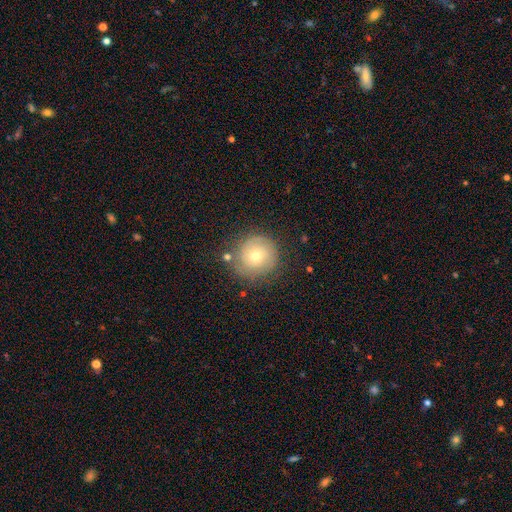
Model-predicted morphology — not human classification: This is possibly a smooth galaxy (53%). How rounded: clearly round (94%). Merging: likely none (79%).